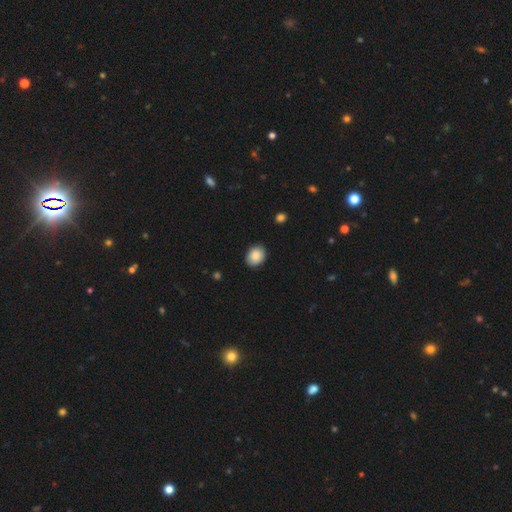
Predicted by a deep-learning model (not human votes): smooth_or_featured: smooth (p=0.87) [alt: star or artifact p=0.07]
how_rounded: in between (p=0.58) [alt: round p=0.42]
merging: none (p=0.87) [alt: minor disturbance p=0.10]